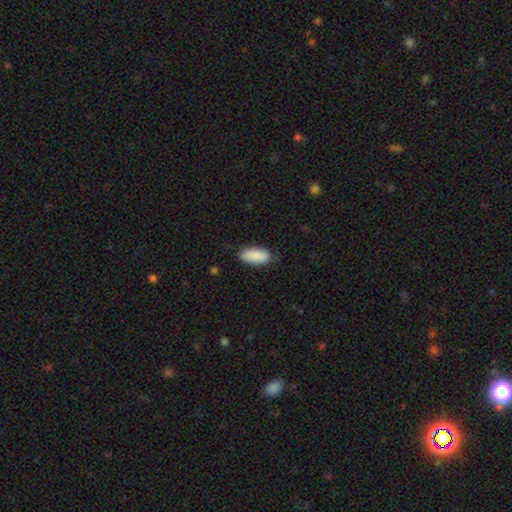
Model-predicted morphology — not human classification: smooth-or-featured: smooth: 89% | star or artifact: 6% | featured or disk: 5%
  how-rounded: in between: 87% | cigar-shaped: 11% | round: 2%
  merging: none: 80% | minor disturbance: 16% | major disturbance: 3% | merger: 1%